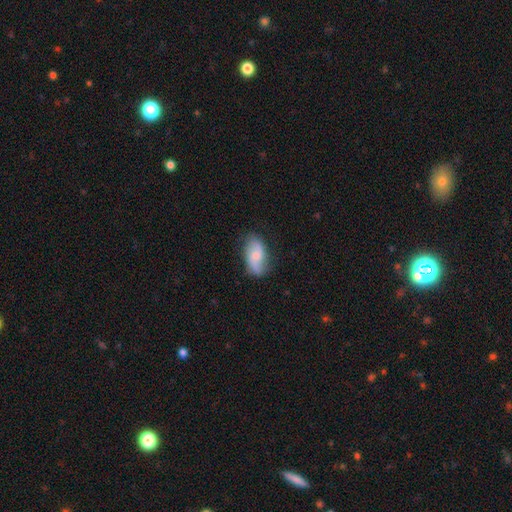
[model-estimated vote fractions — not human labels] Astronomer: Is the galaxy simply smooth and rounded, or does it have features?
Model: smooth — 48% (runner-up: featured or disk, 45%).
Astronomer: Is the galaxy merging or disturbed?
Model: none — 73%.